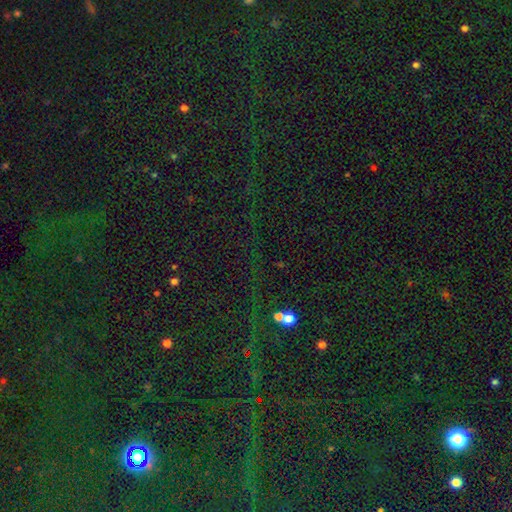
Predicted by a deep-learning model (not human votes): star or artifact 82%, smooth 10%, featured or disk 7%.